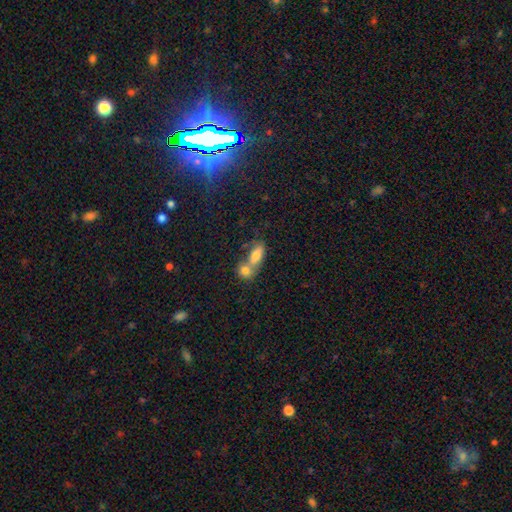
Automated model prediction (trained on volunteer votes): Q: Smooth or featured?
A: smooth (75%); runner-up: featured or disk (17%)
Q: How rounded?
A: in between (77%); runner-up: cigar-shaped (13%)
Q: Merging?
A: merger (65%); runner-up: none (24%)